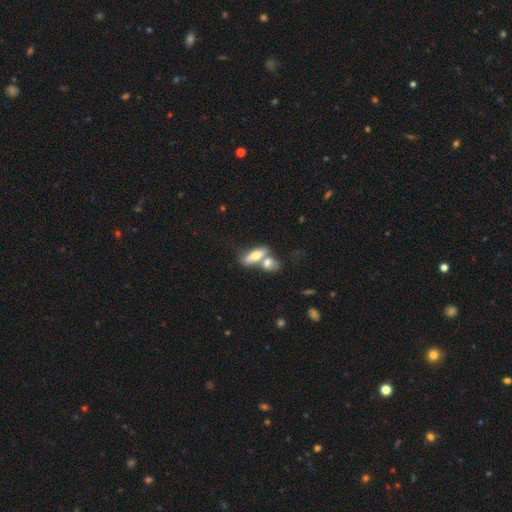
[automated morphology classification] smooth-or-featured: smooth: 58% | featured or disk: 35% | star or artifact: 7%
  how-rounded: in between: 59% | cigar-shaped: 36% | round: 5%
  merging: merger: 51% | none: 34% | minor disturbance: 10% | major disturbance: 5%